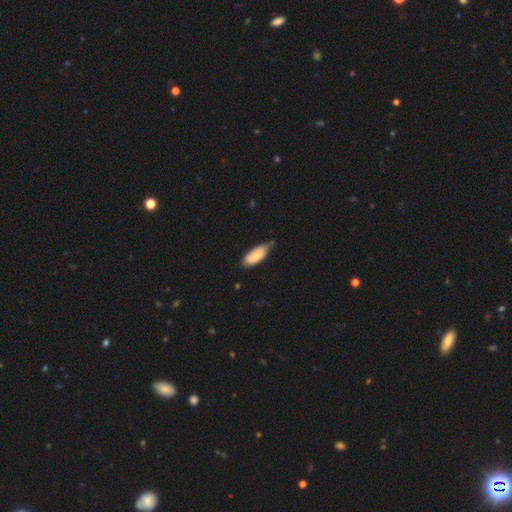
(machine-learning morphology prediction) smooth_or_featured: smooth (p=0.79) [alt: featured or disk p=0.15]
how_rounded: in between (p=0.82) [alt: cigar-shaped p=0.17]
merging: none (p=0.61) [alt: minor disturbance p=0.32]